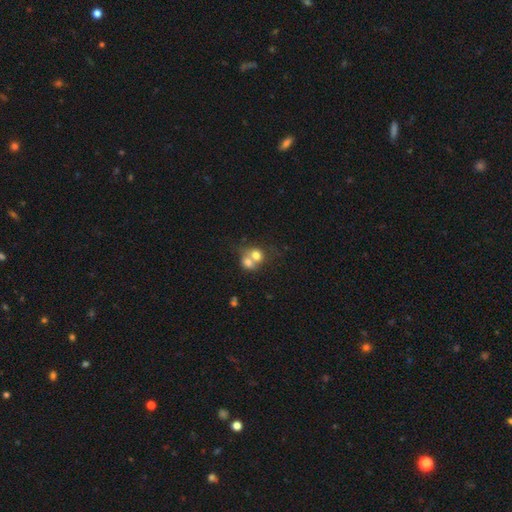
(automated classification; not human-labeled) Smooth or featured: smooth — 70% (featured or disk — 19%)
How rounded: round — 66% (in between — 33%)
Merging: merger — 70% (none — 21%)